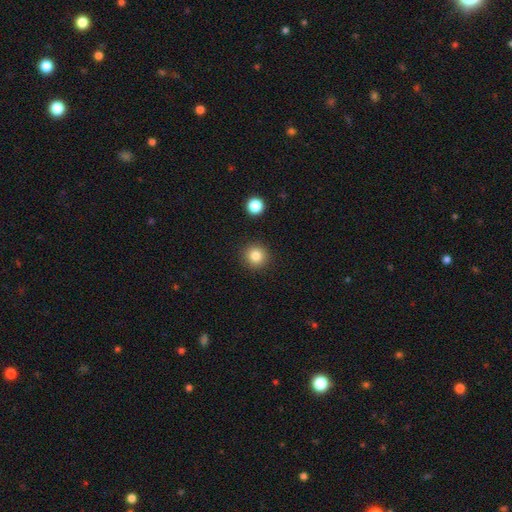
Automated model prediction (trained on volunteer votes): Q: Smooth or featured?
A: smooth (83%); runner-up: star or artifact (11%)
Q: How rounded?
A: round (94%); runner-up: in between (5%)
Q: Merging?
A: none (91%); runner-up: minor disturbance (5%)